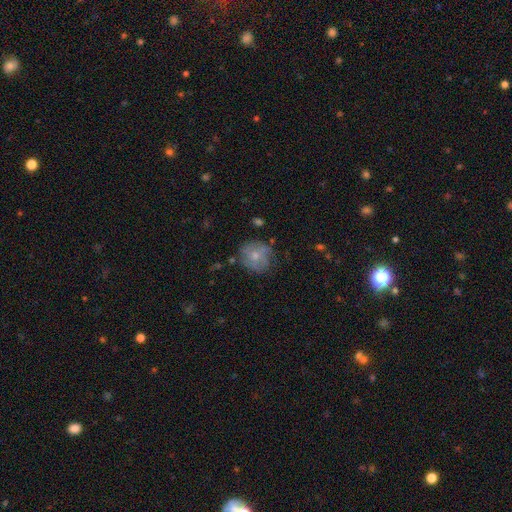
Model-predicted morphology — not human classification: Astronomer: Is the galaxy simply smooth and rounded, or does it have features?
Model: smooth — 58%.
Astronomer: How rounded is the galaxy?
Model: round — 82%.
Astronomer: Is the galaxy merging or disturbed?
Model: none — 62%.